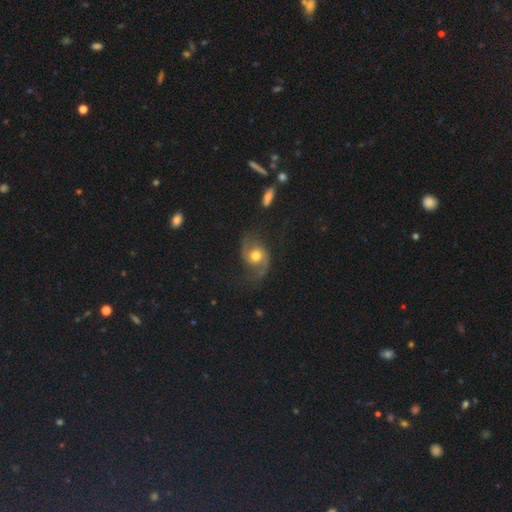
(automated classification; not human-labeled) Smooth or featured? Predicted: featured or disk (p=0.71). Edge-on disk? Predicted: no (p=0.96). Bar? Predicted: no (p=0.70). Spiral arms? Predicted: yes (p=0.90). Spiral winding? Predicted: loose (p=0.53). Spiral arm count? Predicted: 2 (p=0.89). Bulge size? Predicted: moderate (p=0.69). Merging? Predicted: none (p=0.62).